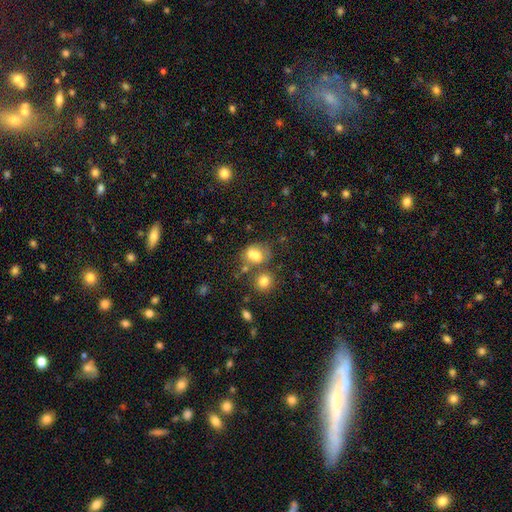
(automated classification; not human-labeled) The model was most divided on "merging": merger: 39%, none: 35%, minor disturbance: 16%, major disturbance: 10%. More confident: smooth or featured — smooth (68%); how rounded — in between (56%).